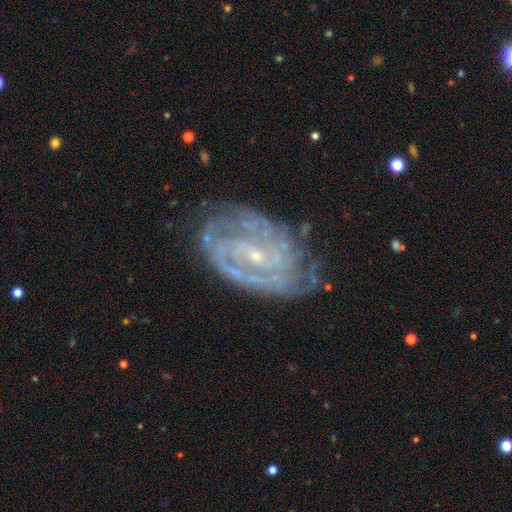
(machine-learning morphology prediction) type=featured or disk (88%); edge-on=no (96%); bar=no (50%); spiral arms=yes (96%); winding=tight (69%); arm count=2 (33%); bulge=small (82%); merging=none (70%).